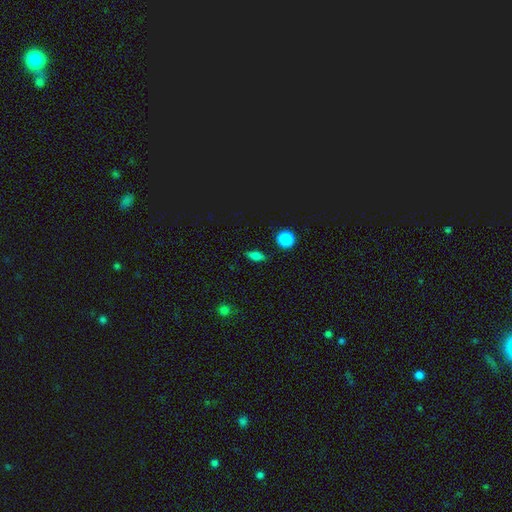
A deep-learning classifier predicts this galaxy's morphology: This is likely a smooth galaxy (69%). How rounded: likely in between (64%). Merging: clearly none (85%).